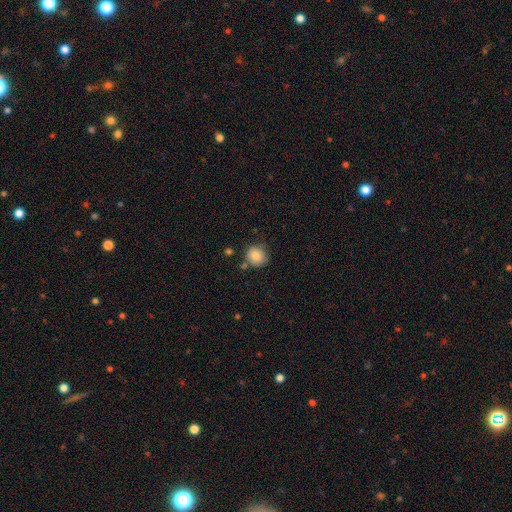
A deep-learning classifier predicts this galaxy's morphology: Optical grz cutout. It shows a smooth galaxy with no disk features (82%) that is round (90%). Merging: none (75%).